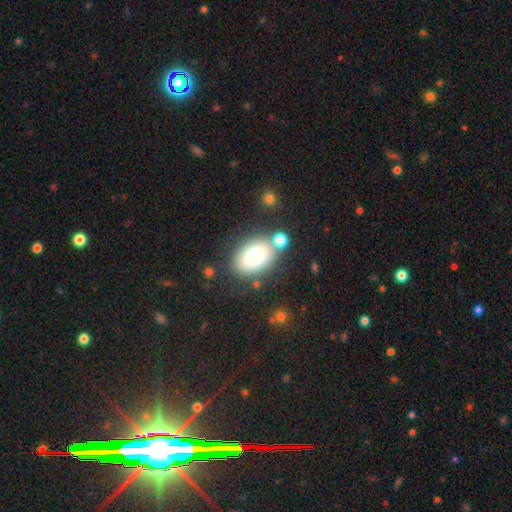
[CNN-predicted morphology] This appears to be a smooth galaxy with no disk features (80%) that is in between round and cigar-shaped (86%). Merging: none (70%).